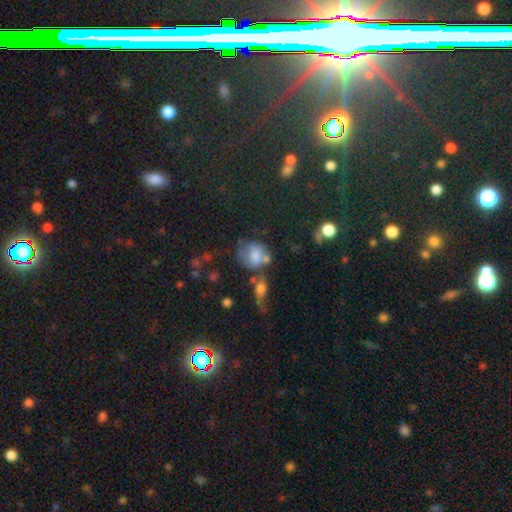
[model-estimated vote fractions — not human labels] This appears to be a smooth galaxy with no disk features (59%) that is round (59%). Merging: none (35%).